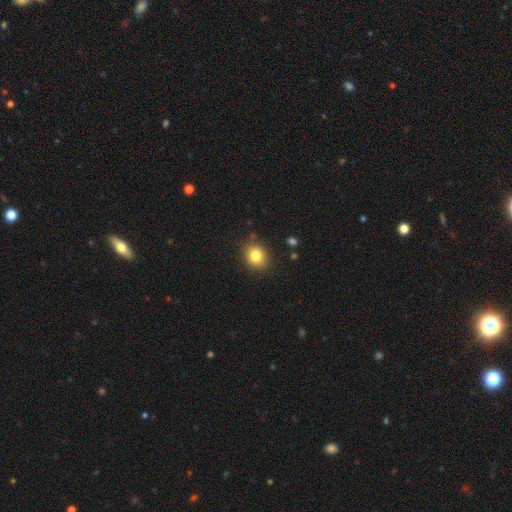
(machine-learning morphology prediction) smooth 82%, star or artifact 11%, featured or disk 7%. Down the decision tree: how rounded — round (70%); merging — none (86%).